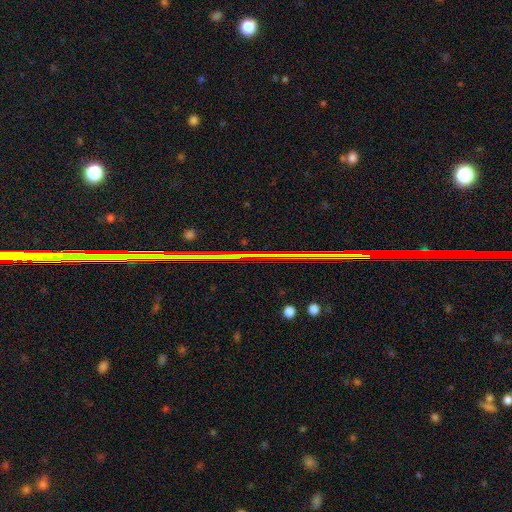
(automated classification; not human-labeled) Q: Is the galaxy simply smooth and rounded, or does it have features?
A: star or artifact — 80%.